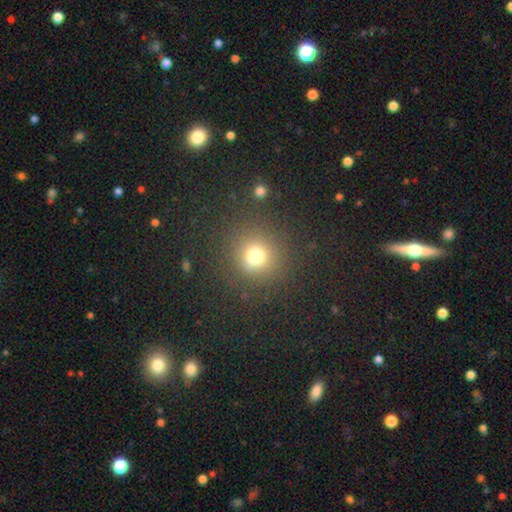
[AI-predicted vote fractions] smooth_or_featured: smooth (p=0.74) [alt: star or artifact p=0.19]
how_rounded: round (p=0.91) [alt: in between p=0.08]
merging: none (p=0.85) [alt: minor disturbance p=0.08]